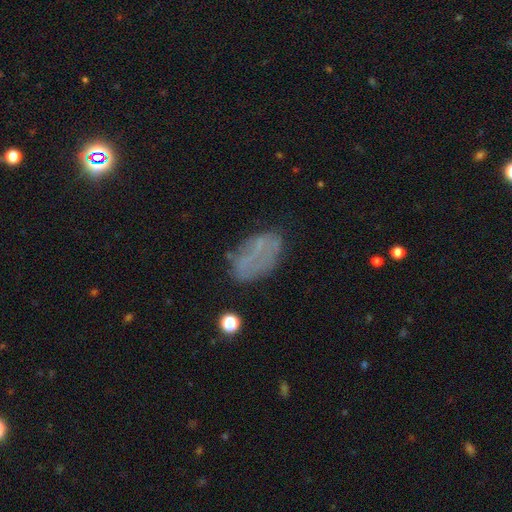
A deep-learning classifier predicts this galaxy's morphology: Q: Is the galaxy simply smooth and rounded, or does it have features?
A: smooth — 49%.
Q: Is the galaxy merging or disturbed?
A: none — 66%.